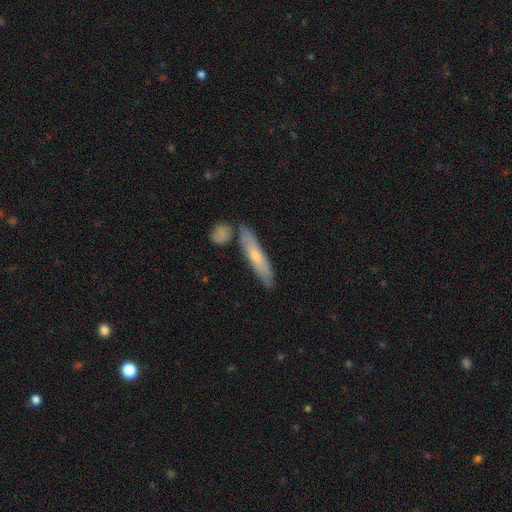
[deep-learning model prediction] The model was most divided on "smooth or featured": smooth: 58%, featured or disk: 37%, star or artifact: 5%. More confident: how rounded — cigar-shaped (85%); merging — none (75%).